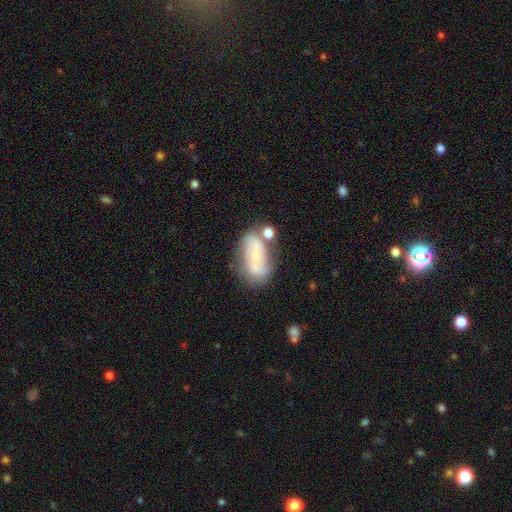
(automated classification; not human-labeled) This appears to be a featured or disk galaxy (64%) with no bar (45%), spiral arms (79%) and a small central bulge (72%). Merging: none (54%).